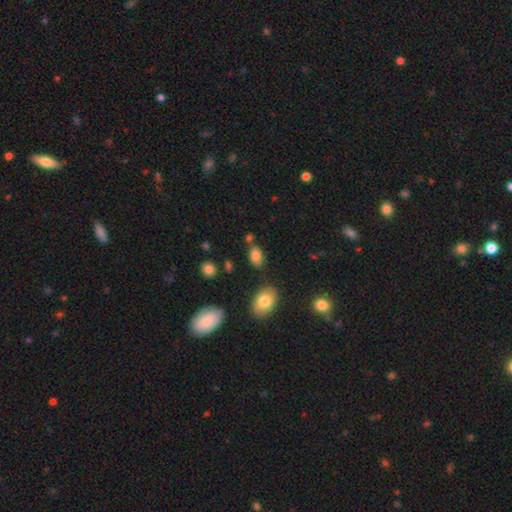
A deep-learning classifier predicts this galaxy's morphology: smooth 82%, star or artifact 10%, featured or disk 9%. Down the decision tree: how rounded — in between (90%); merging — none (70%).